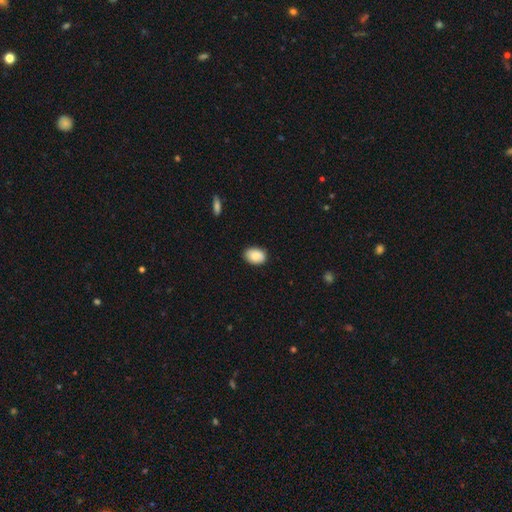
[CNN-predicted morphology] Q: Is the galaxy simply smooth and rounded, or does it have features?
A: smooth — 88%.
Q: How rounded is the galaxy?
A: in between — 80%.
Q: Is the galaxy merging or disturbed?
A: none — 86%.